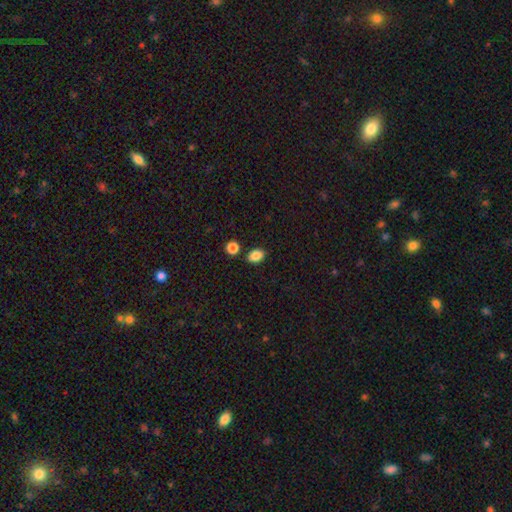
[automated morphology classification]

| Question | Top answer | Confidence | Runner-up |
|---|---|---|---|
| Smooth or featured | smooth | 87% | star or artifact (9%) |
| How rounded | in between | 77% | round (22%) |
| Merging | none | 82% | minor disturbance (9%) |